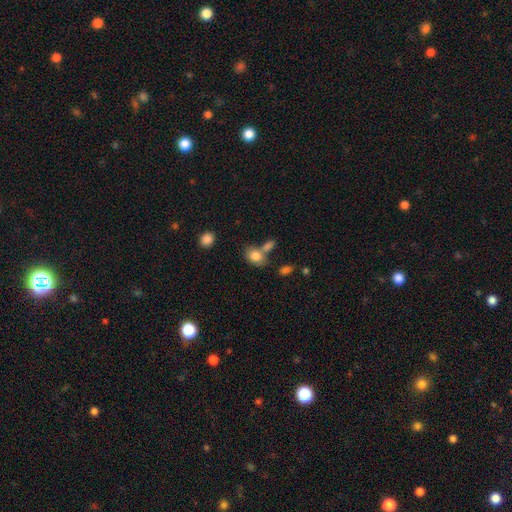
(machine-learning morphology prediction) This is clearly a smooth galaxy (82%). How rounded: likely in between (67%). Merging: possibly none (48%).